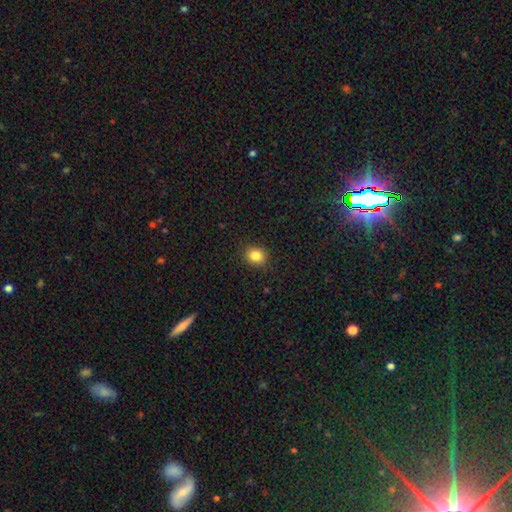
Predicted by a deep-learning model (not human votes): A smooth galaxy with no disk features (85%) that is round (68%). Merging: none (89%).